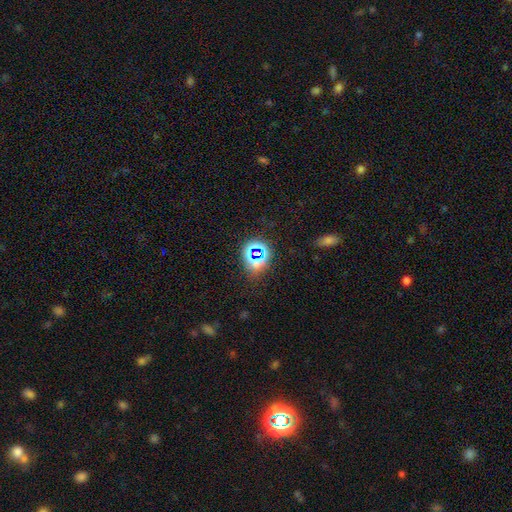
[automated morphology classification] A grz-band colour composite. It shows a star or artifact, not a galaxy (65%).